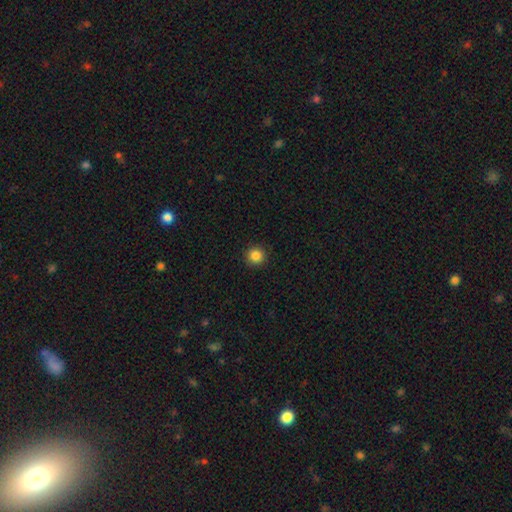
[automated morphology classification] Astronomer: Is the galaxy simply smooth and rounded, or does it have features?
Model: smooth — 85%.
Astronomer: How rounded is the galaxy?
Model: round — 95%.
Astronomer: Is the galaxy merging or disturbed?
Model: none — 93%.